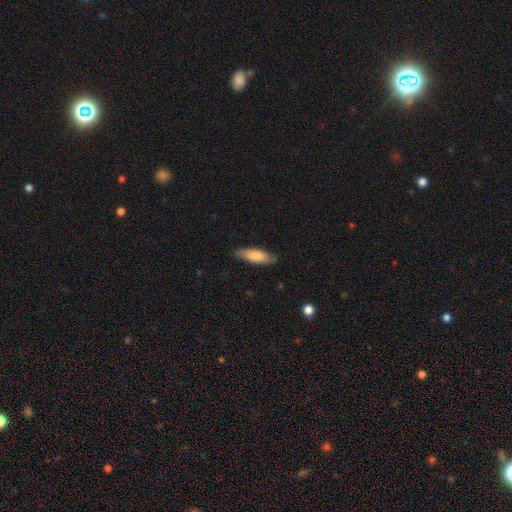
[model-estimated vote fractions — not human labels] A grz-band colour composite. It shows a smooth galaxy with no disk features (79%) that is in between round and cigar-shaped (55%). Merging: none (82%).